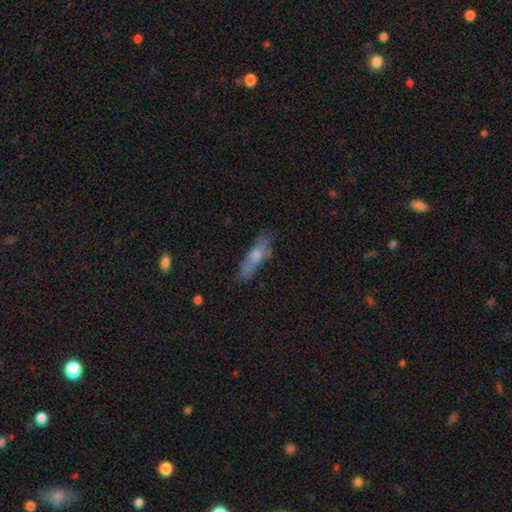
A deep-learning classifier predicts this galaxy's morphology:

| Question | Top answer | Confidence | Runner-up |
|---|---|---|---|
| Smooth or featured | smooth | 64% | featured or disk (29%) |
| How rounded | cigar-shaped | 60% | in between (38%) |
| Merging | none | 67% | minor disturbance (23%) |